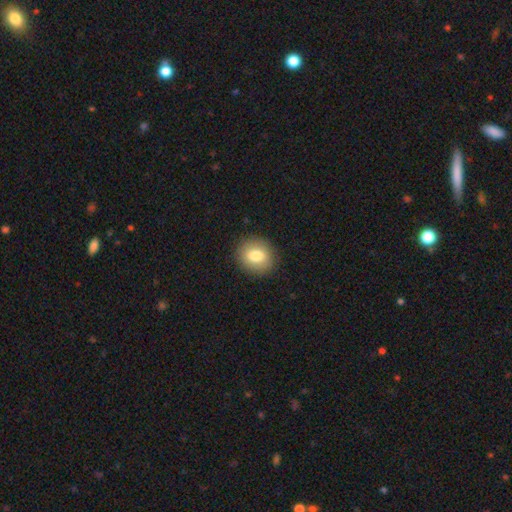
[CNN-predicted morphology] Smooth or featured: smooth — 78% (featured or disk — 13%)
How rounded: round — 73% (in between — 26%)
Merging: none — 89% (minor disturbance — 7%)